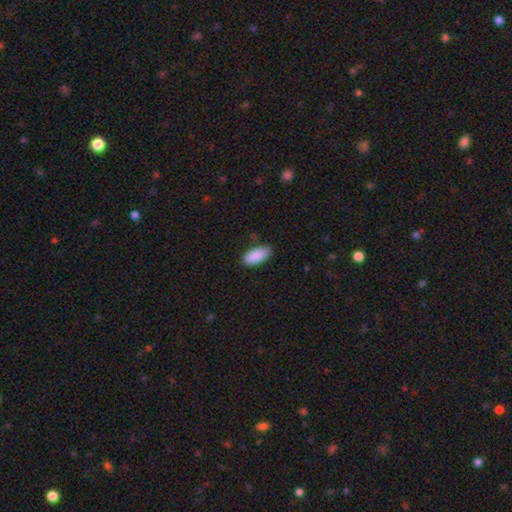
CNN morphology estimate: smooth 90%, star or artifact 6%, featured or disk 4%. Down the decision tree: how rounded — in between (88%); merging — none (78%).